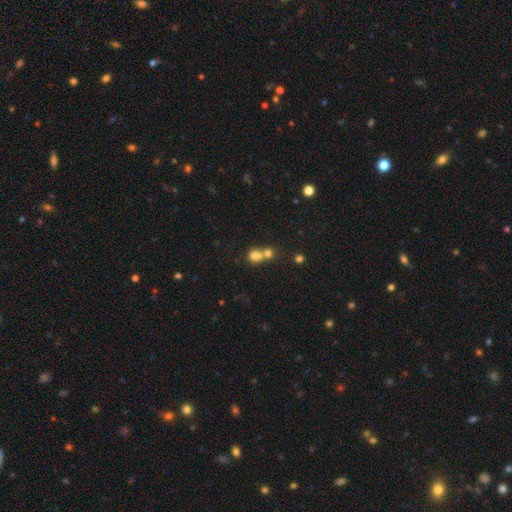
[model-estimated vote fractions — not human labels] Smooth or featured?
  - smooth: 70% *
  - star or artifact: 15%
  - featured or disk: 14%
How rounded?
  - round: 80% *
  - in between: 19%
  - cigar-shaped: 1%
Merging?
  - merger: 60% *
  - none: 31%
  - minor disturbance: 5%
  - major disturbance: 3%